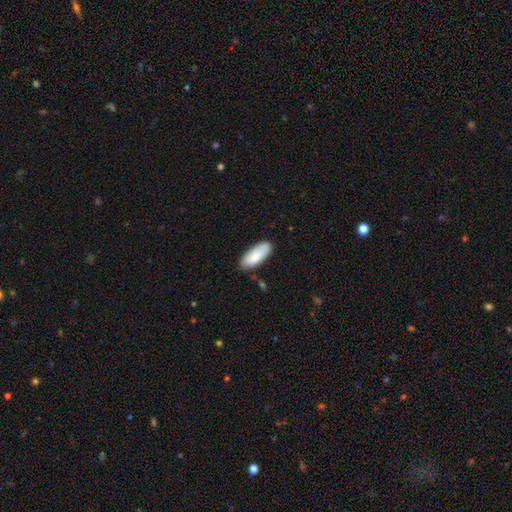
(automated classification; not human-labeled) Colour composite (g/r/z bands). It shows a smooth galaxy with no disk features (86%) that is in between round and cigar-shaped (79%). Merging: none (80%).